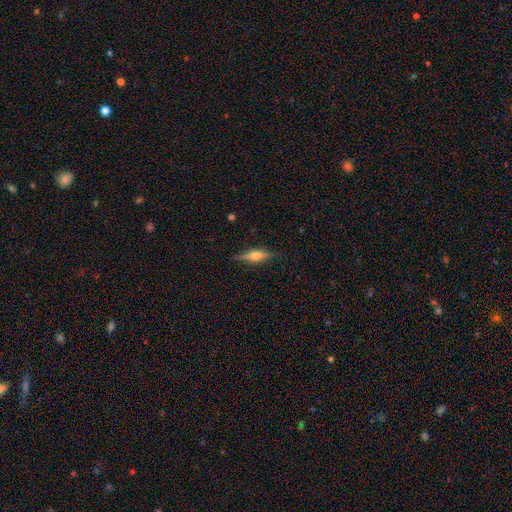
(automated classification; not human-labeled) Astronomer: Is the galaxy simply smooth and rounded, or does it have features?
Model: featured or disk — 48% (runner-up: smooth, 45%).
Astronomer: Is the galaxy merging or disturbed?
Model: none — 83%.